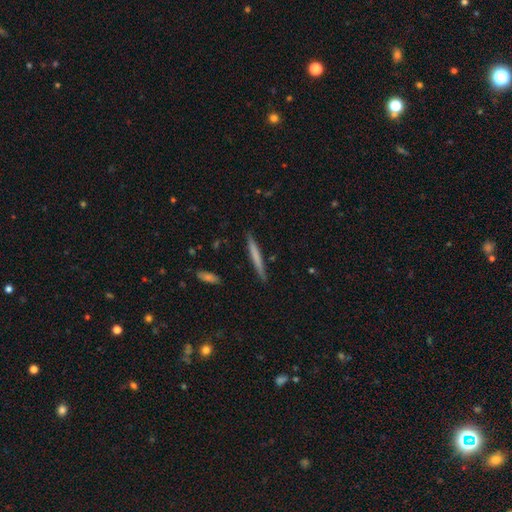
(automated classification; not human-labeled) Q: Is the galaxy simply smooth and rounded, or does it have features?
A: smooth — 62%.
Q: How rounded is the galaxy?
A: cigar-shaped — 97%.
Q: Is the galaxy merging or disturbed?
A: none — 89%.